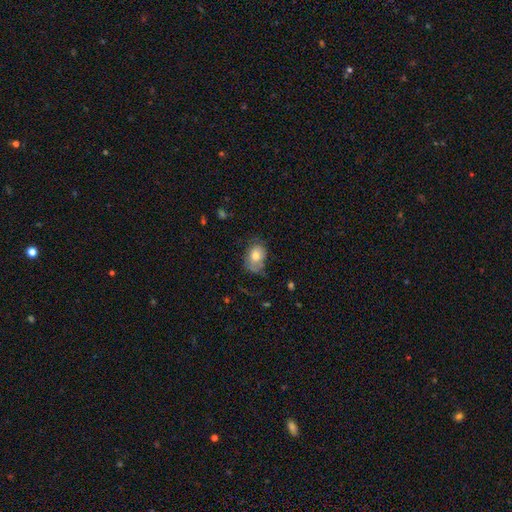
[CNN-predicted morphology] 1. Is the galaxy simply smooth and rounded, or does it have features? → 70% smooth, 22% featured or disk, 8% star or artifact.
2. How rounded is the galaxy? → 79% in between, 19% round, 1% cigar-shaped.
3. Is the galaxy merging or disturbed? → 49% none, 32% minor disturbance, 17% major disturbance, 2% merger.